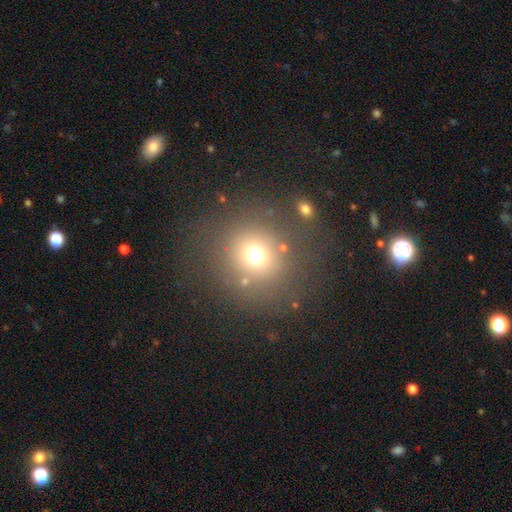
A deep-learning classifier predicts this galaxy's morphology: Smooth or featured?
  - smooth: 68% *
  - star or artifact: 21%
  - featured or disk: 10%
How rounded?
  - round: 91% *
  - in between: 8%
  - cigar-shaped: 1%
Merging?
  - none: 78% *
  - minor disturbance: 9%
  - major disturbance: 7%
  - merger: 6%